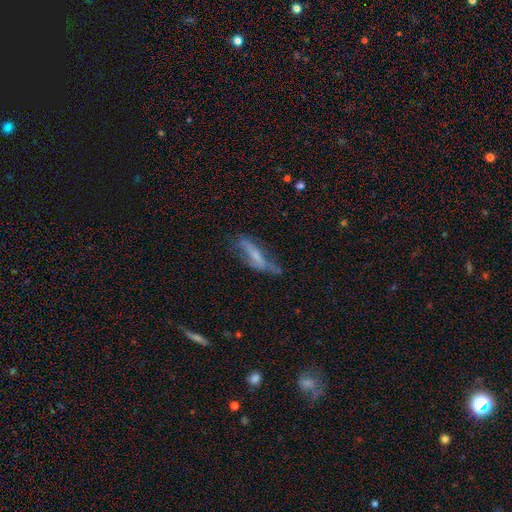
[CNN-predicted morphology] Smooth or featured? featured or disk (52%)
Edge-on disk? no (58%)
Merging? none (44%)